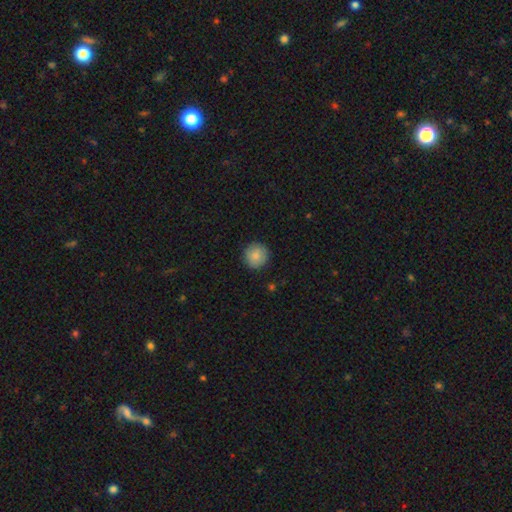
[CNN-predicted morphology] smooth_or_featured: smooth (p=0.85) [alt: star or artifact p=0.08]
how_rounded: round (p=0.95) [alt: in between p=0.04]
merging: none (p=0.90) [alt: minor disturbance p=0.07]